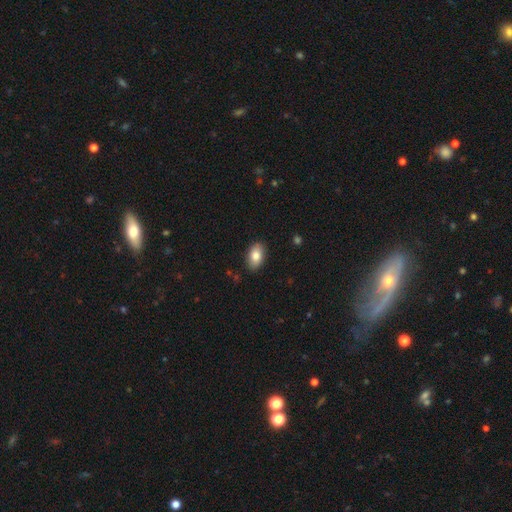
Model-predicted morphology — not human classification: This appears to be a smooth galaxy with no disk features (83%) that is in between round and cigar-shaped (92%). Merging: none (88%).